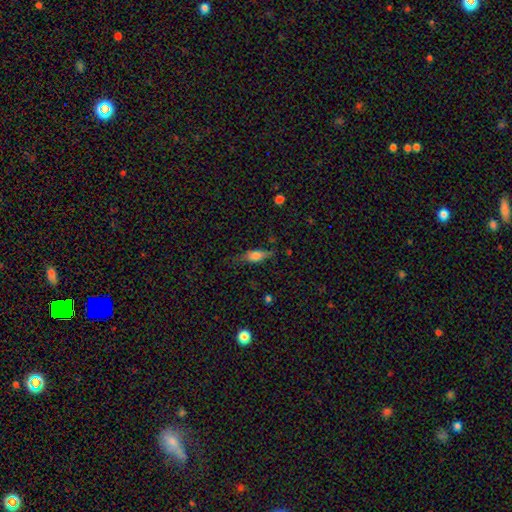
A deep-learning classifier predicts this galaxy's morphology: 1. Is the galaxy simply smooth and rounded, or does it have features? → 63% smooth, 28% featured or disk, 8% star or artifact.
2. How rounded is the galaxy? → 65% in between, 31% cigar-shaped, 4% round.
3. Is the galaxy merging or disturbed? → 63% none, 26% minor disturbance, 9% major disturbance, 2% merger.